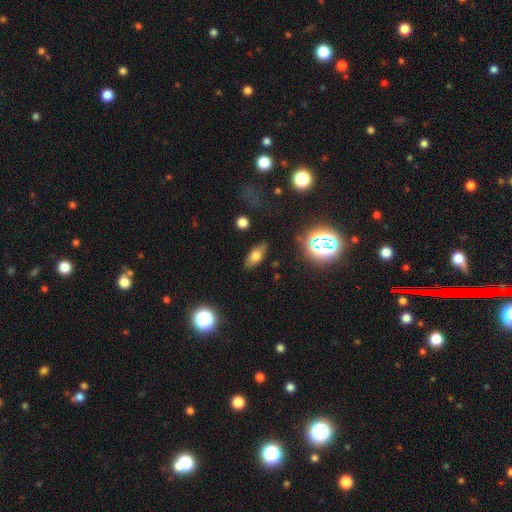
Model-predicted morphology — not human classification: smooth 68%, featured or disk 18%, star or artifact 14%. Down the decision tree: how rounded — in between (83%); merging — none (84%).